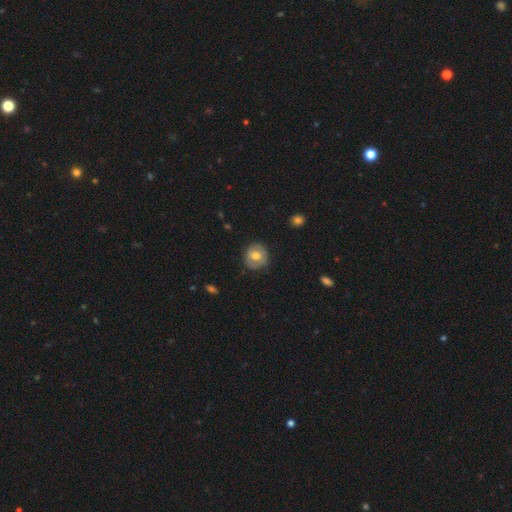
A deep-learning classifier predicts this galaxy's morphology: The model was most divided on "smooth or featured": smooth: 63%, featured or disk: 30%, star or artifact: 7%. More confident: how rounded — round (85%); merging — none (83%).